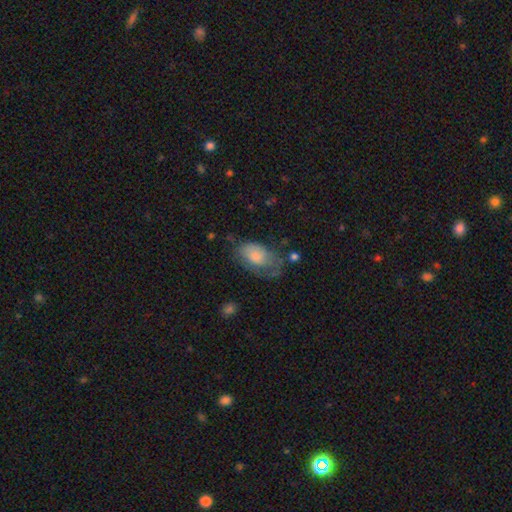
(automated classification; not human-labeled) Smooth or featured: smooth — 66% (featured or disk — 27%)
How rounded: in between — 92% (round — 6%)
Merging: none — 39% (minor disturbance — 33%)